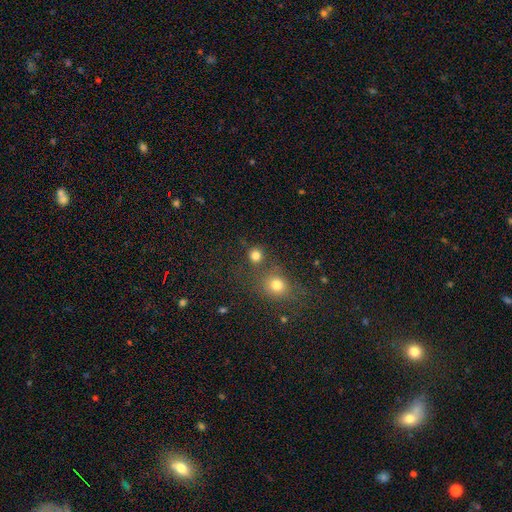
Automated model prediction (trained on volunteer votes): Morphology: type=smooth (80%); roundness=round (90%); merging=none (71%).